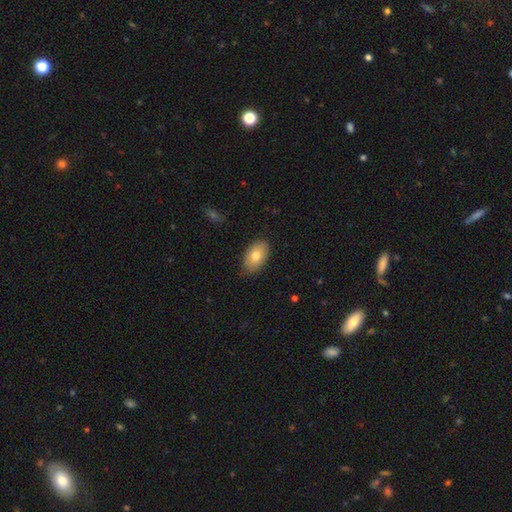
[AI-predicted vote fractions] A smooth galaxy with no disk features (79%) that is in between round and cigar-shaped (93%). Merging: none (83%).